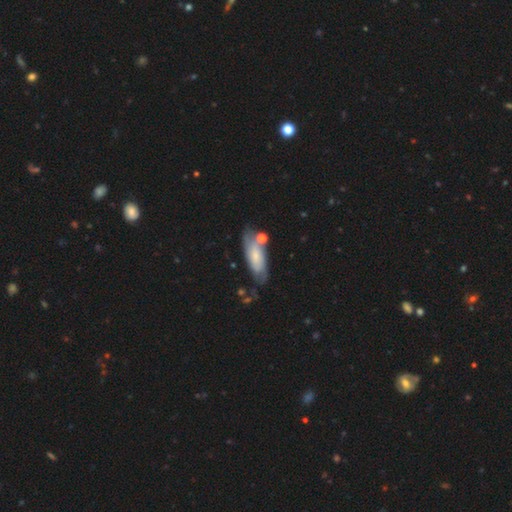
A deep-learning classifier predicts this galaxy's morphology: Smooth or featured?
  - smooth: 54% *
  - featured or disk: 39%
  - star or artifact: 7%
How rounded?
  - in between: 67% *
  - cigar-shaped: 31%
  - round: 2%
Merging?
  - none: 58% *
  - minor disturbance: 23%
  - merger: 10%
  - major disturbance: 9%